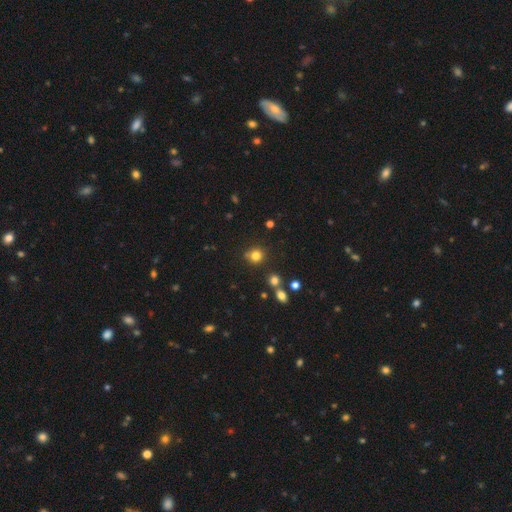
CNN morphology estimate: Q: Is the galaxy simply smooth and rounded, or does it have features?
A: smooth — 79%.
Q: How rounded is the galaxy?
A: round — 87%.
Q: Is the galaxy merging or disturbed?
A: none — 77%.